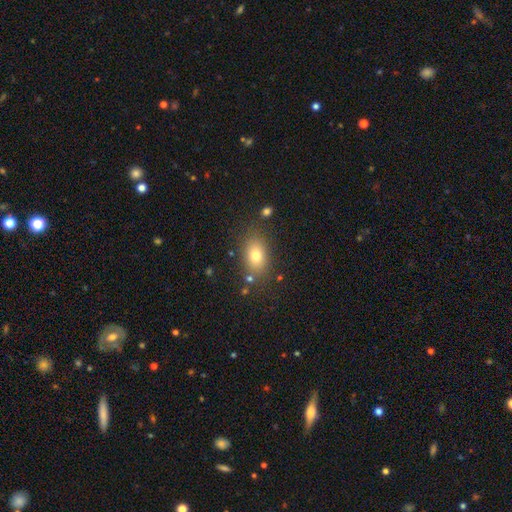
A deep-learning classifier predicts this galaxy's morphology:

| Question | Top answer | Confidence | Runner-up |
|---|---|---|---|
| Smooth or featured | smooth | 77% | featured or disk (12%) |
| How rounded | in between | 78% | round (20%) |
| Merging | none | 79% | minor disturbance (12%) |